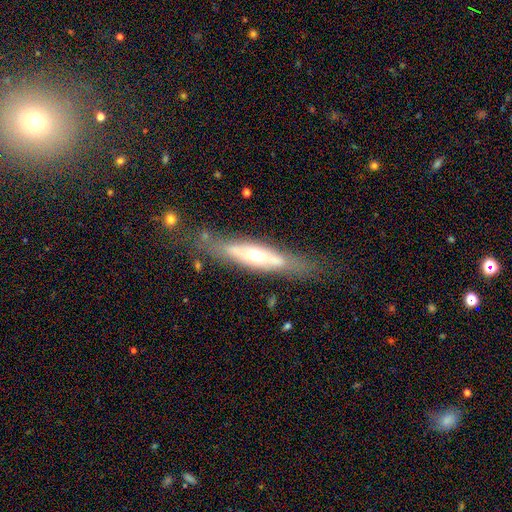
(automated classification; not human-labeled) Smooth or featured? Predicted: featured or disk (p=0.58). Edge-on disk? Predicted: yes (p=0.60). Merging? Predicted: none (p=0.70).